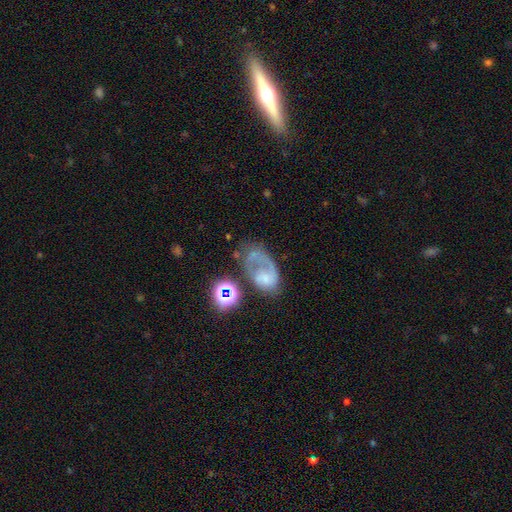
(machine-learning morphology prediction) featured or disk 52%, smooth 33%, star or artifact 15%. Down the decision tree: edge-on disk — no (97%); bar — no (80%); spiral arms — yes (56%); bulge size — none (40%); merging — major disturbance (35%).